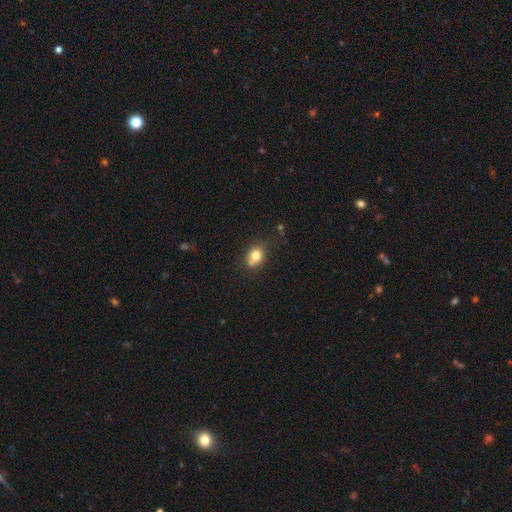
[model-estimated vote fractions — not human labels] Smooth or featured?
  - smooth: 77% *
  - featured or disk: 12%
  - star or artifact: 11%
How rounded?
  - round: 56% *
  - in between: 42%
  - cigar-shaped: 1%
Merging?
  - none: 56% *
  - merger: 20%
  - minor disturbance: 18%
  - major disturbance: 6%